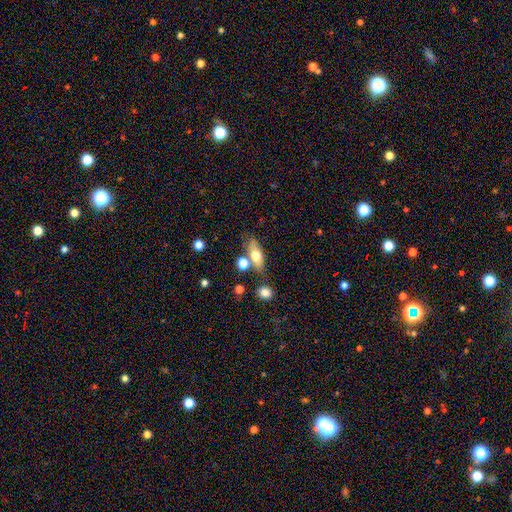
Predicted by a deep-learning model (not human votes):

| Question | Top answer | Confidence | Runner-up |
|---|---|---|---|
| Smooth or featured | smooth | 64% | featured or disk (27%) |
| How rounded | in between | 65% | cigar-shaped (27%) |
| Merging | none | 64% | merger (17%) |